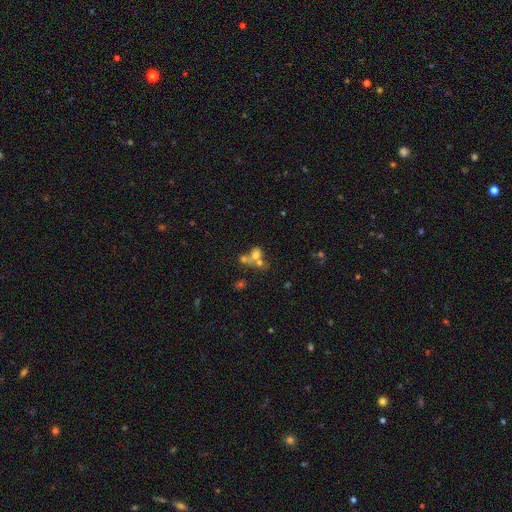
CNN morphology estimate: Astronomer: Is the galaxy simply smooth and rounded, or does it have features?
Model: smooth — 59%.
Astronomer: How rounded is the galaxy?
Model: round — 60% (runner-up: in between, 38%).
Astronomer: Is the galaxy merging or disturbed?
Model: merger — 57%.